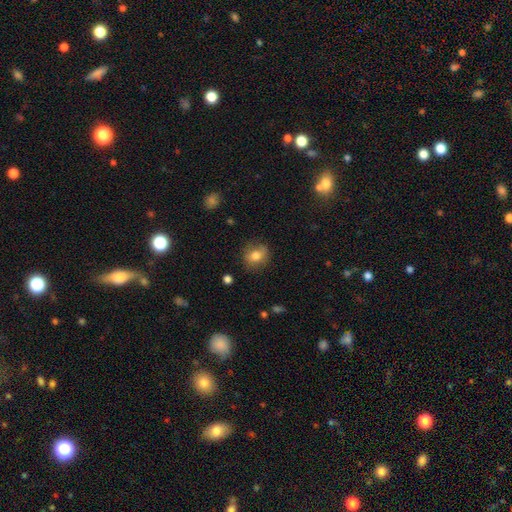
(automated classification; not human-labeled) Smooth or featured? smooth (73%)
How rounded? round (67%)
Merging? none (78%)